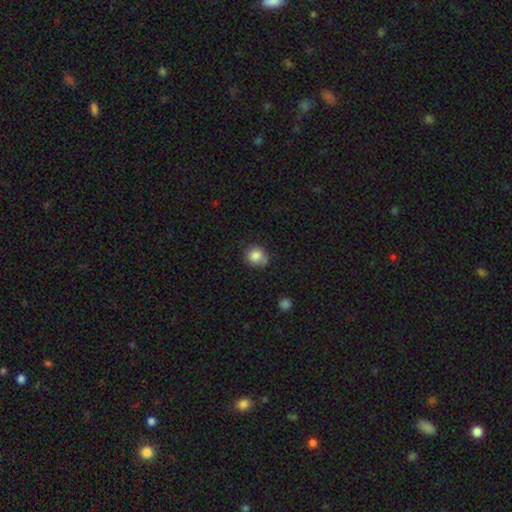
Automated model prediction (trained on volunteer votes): Smooth or featured? Predicted: smooth (p=0.84). How rounded? Predicted: round (p=0.81). Merging? Predicted: none (p=0.65).